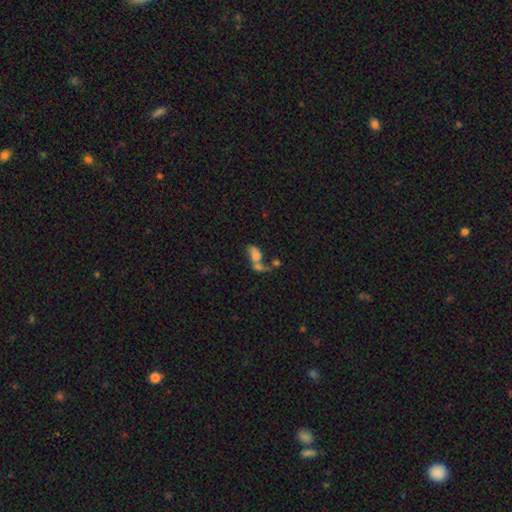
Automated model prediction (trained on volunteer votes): A smooth galaxy with no disk features (53%) that is in between round and cigar-shaped (78%). Merging: merger (64%).